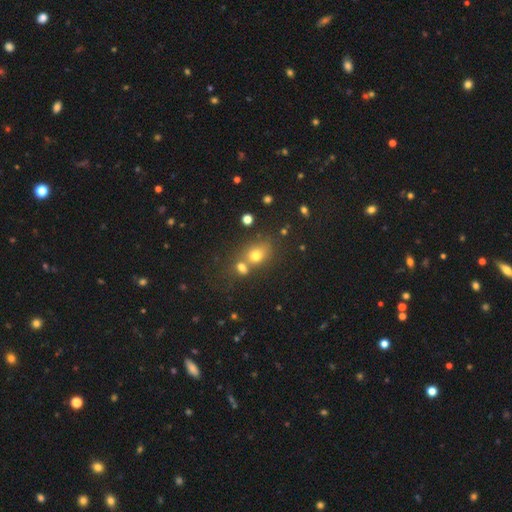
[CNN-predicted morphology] Q: Smooth or featured?
A: smooth (72%); runner-up: star or artifact (16%)
Q: How rounded?
A: round (50%); runner-up: in between (49%)
Q: Merging?
A: none (44%); runner-up: merger (40%)